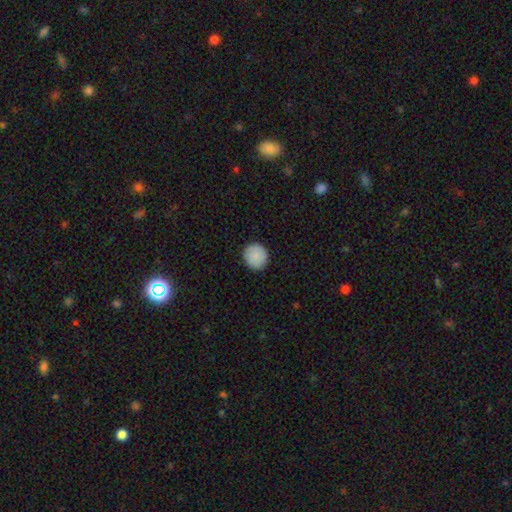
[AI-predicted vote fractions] Q: Smooth or featured?
A: smooth (89%); runner-up: star or artifact (7%)
Q: How rounded?
A: round (93%); runner-up: in between (6%)
Q: Merging?
A: none (91%); runner-up: minor disturbance (6%)